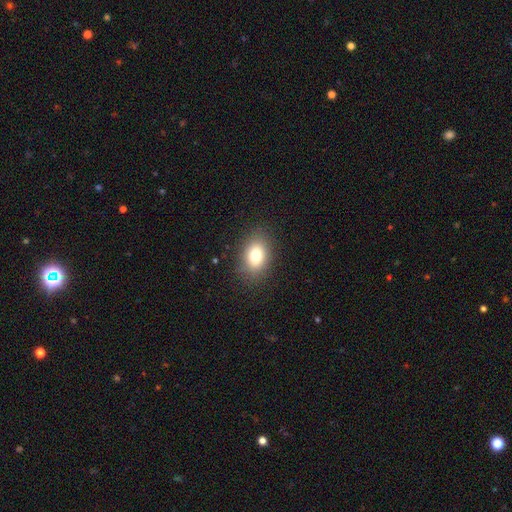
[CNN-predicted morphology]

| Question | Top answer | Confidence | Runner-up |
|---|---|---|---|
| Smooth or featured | smooth | 79% | star or artifact (11%) |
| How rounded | in between | 77% | round (21%) |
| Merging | none | 86% | minor disturbance (10%) |